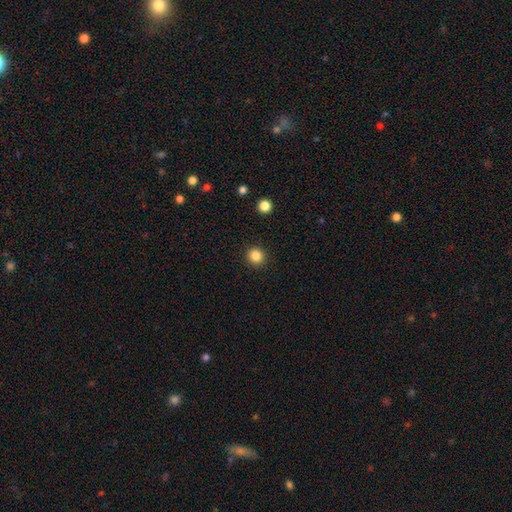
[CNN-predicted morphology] smooth 85%, star or artifact 12%, featured or disk 4%. Down the decision tree: how rounded — round (94%); merging — none (92%).